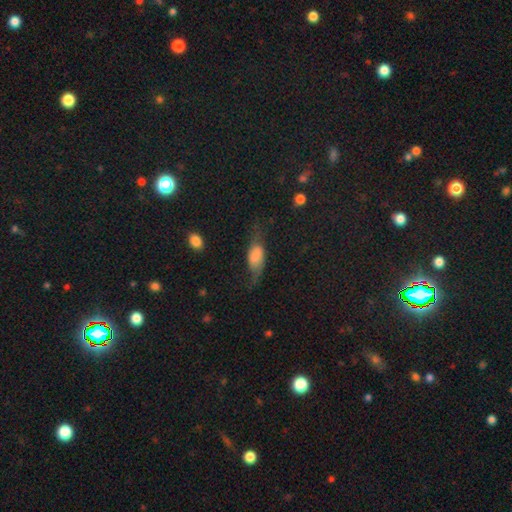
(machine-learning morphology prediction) A smooth galaxy with no disk features (54%) that is in between round and cigar-shaped (83%). Merging: none (45%).